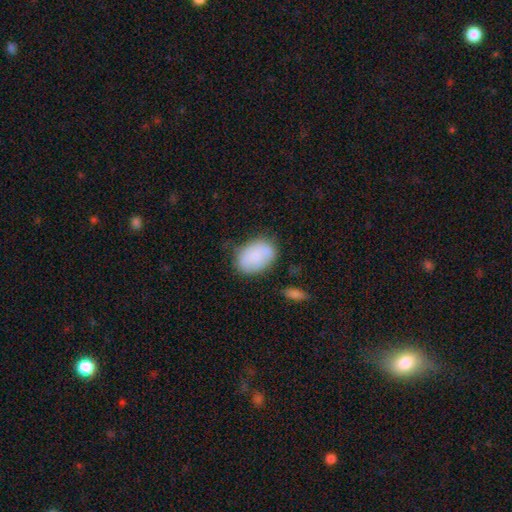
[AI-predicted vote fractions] smooth_or_featured: smooth (p=0.78) [alt: featured or disk p=0.15]
how_rounded: in between (p=0.82) [alt: round p=0.17]
merging: none (p=0.60) [alt: minor disturbance p=0.26]